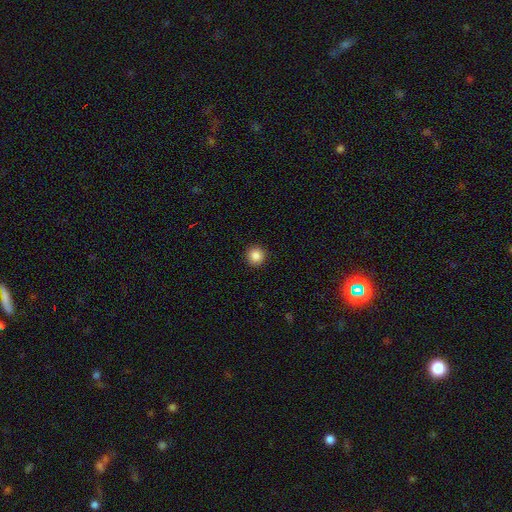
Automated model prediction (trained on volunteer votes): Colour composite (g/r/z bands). It shows a smooth galaxy with no disk features (87%) that is round (95%). Merging: none (92%).